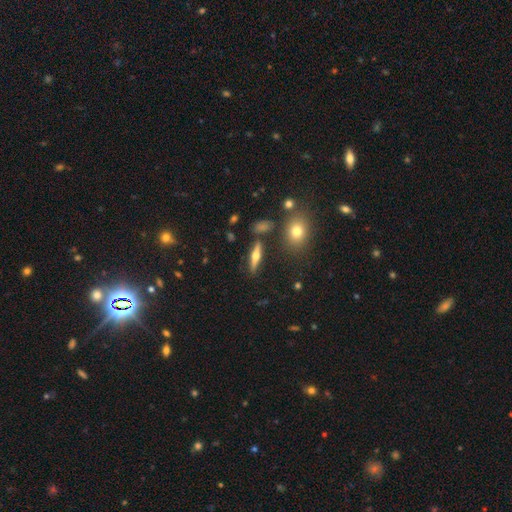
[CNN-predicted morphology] This is possibly a featured or disk galaxy (58%). It is clearly viewed edge-on (94%). Edge-on bulge: clearly rounded (95%). Merging: clearly none (84%).